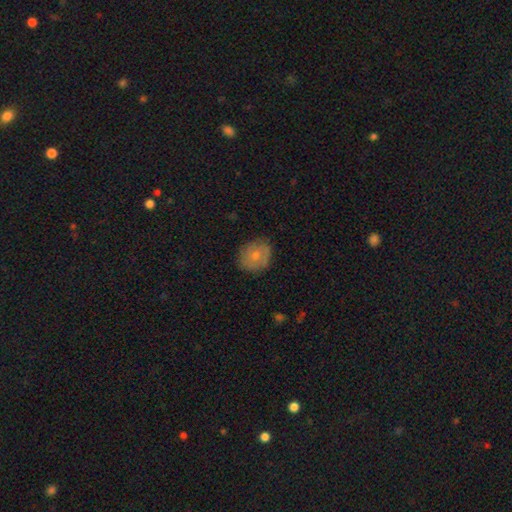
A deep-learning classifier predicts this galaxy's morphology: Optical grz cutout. It shows a smooth galaxy with no disk features (55%) that is round (70%). Merging: none (75%).